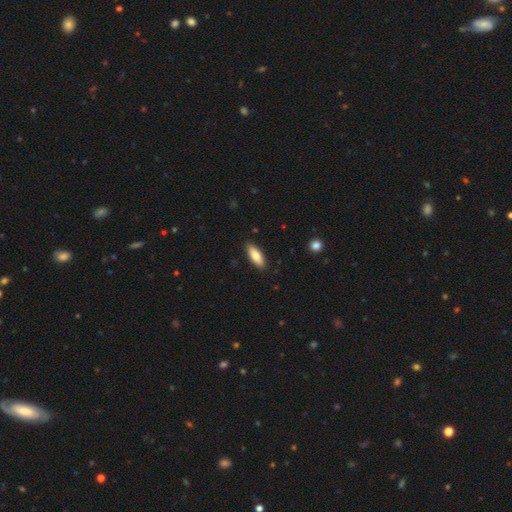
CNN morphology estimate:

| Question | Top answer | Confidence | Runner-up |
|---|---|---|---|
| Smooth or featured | smooth | 78% | featured or disk (16%) |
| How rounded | in between | 69% | cigar-shaped (29%) |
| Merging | none | 89% | minor disturbance (8%) |